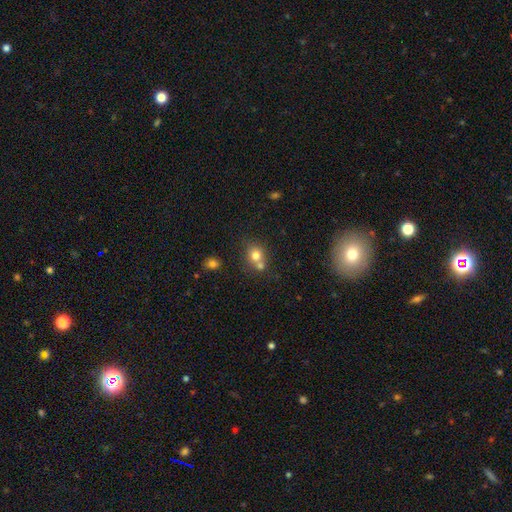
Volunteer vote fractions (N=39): Q: Smooth or featured?
A: smooth (87%); runner-up: featured or disk (10%)
Q: How rounded?
A: round (71%); runner-up: in between (29%)
Q: Merging?
A: none (47%); runner-up: merger (45%)